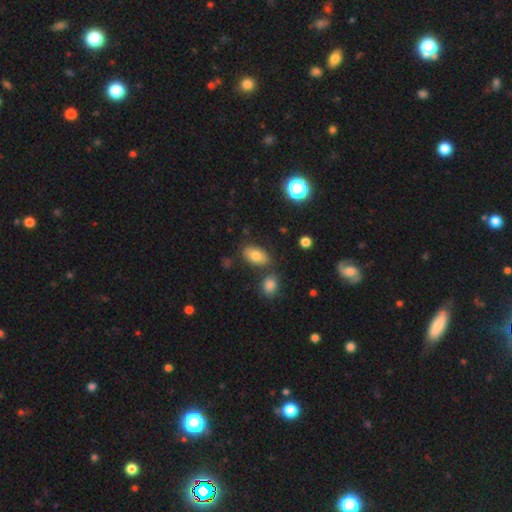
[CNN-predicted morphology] Smooth or featured?
  - smooth: 78% *
  - featured or disk: 13%
  - star or artifact: 9%
How rounded?
  - in between: 91% *
  - round: 7%
  - cigar-shaped: 2%
Merging?
  - none: 73% *
  - minor disturbance: 14%
  - merger: 10%
  - major disturbance: 4%